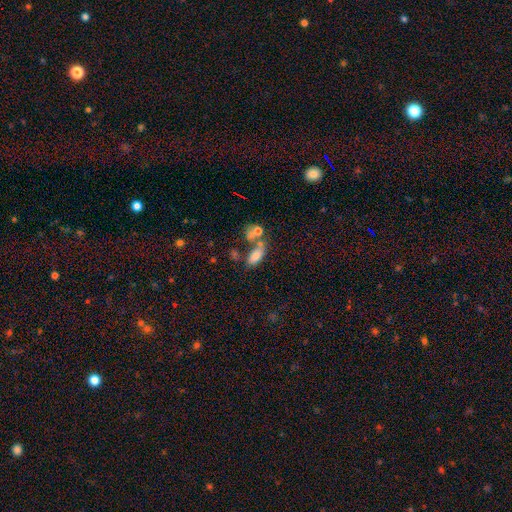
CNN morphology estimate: A smooth galaxy with no disk features (75%) that is in between round and cigar-shaped (86%).

Vote fractions:
- Smooth or featured? smooth: 75% / featured or disk: 14% / star or artifact: 11%
- How rounded? in between: 86% / cigar-shaped: 8% / round: 6%
- Merging? none: 40% / merger: 35% / minor disturbance: 14% / major disturbance: 10%